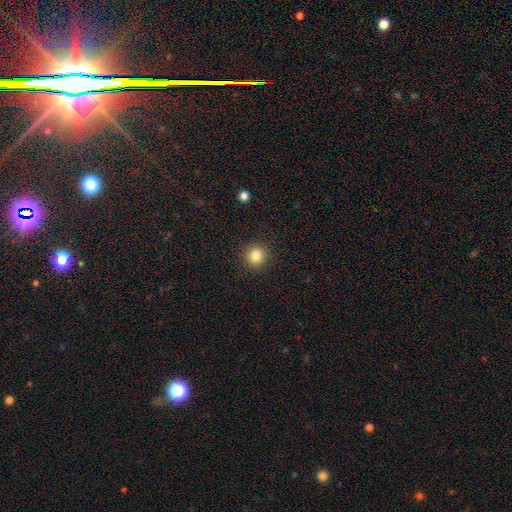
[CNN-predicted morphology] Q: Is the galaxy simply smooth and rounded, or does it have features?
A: smooth — 83%.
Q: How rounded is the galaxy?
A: round — 89%.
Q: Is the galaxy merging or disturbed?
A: none — 90%.